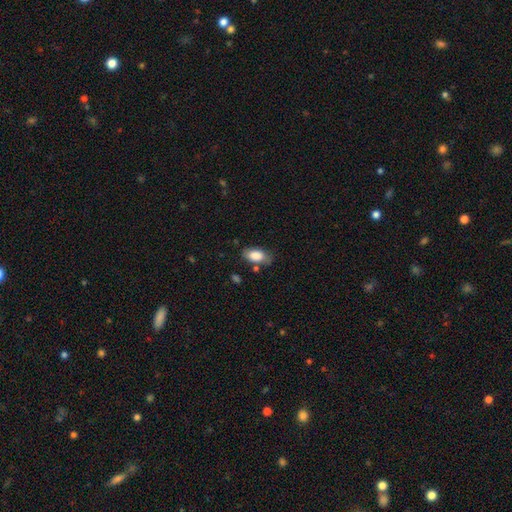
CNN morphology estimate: Overall: smooth (84%). How rounded: in between (91%). Merging: none (67%).